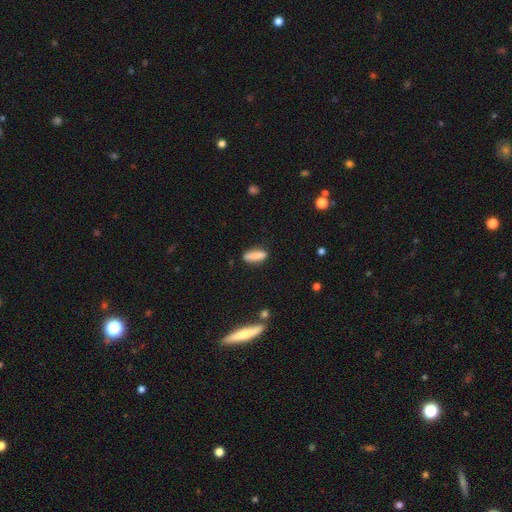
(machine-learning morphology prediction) This is clearly a smooth galaxy (84%). How rounded: possibly cigar-shaped (55%). Merging: clearly none (81%).